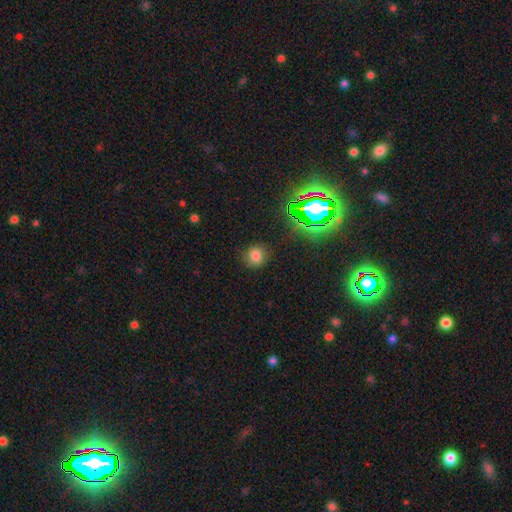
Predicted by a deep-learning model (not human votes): A smooth galaxy with no disk features (73%) that is round (84%).

Vote fractions:
- Smooth or featured? smooth: 73% / star or artifact: 21% / featured or disk: 7%
- How rounded? round: 84% / in between: 15% / cigar-shaped: 1%
- Merging? none: 84% / minor disturbance: 11% / major disturbance: 4% / merger: 1%